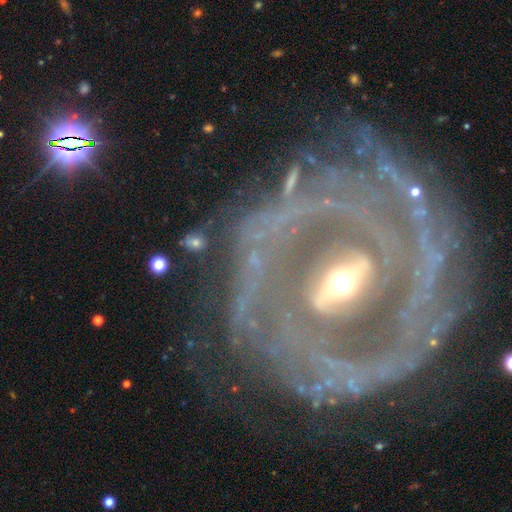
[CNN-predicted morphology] This is clearly a featured or disk galaxy (89%). It is clearly not viewed edge-on (96%). Bar: possibly strong (53%). Spiral arm pattern: clearly yes (92%). Spiral arm count: marginally 2 (39%). Spiral winding: likely tight (66%). Central bulge: possibly moderate (54%). Merging: likely none (71%).